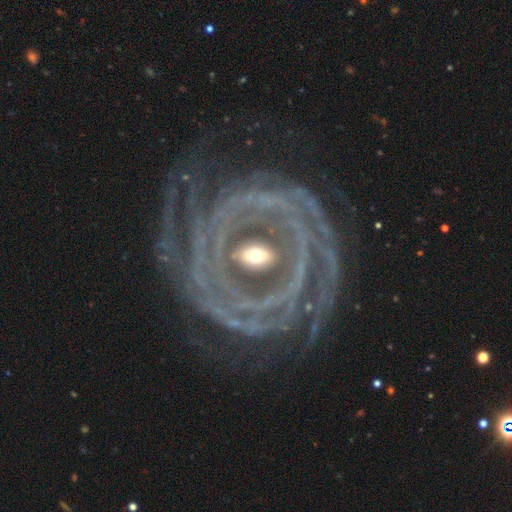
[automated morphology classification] A featured or disk galaxy (83%) with a strong bar (39%), tight (75%) spiral arms (83%) and a moderate central bulge (47%).

Vote fractions:
- Smooth or featured? featured or disk: 83% / smooth: 9% / star or artifact: 7%
- Edge-on disk? no: 93% / yes: 7%
- Bar? strong: 39% / no: 35% / weak: 27%
- Spiral arms? yes: 83% / no: 17%
- Spiral winding? tight: 75% / medium: 17% / loose: 8%
- Spiral arm count? can't tell: 32% / 2: 19% / more than 4: 16% / 3: 12% / 4: 11% / 1: 10%
- Bulge size? moderate: 47% / small: 35% / large: 14% / dominant: 3% / none: 2%
- Merging? none: 77% / minor disturbance: 12% / major disturbance: 9% / merger: 2%